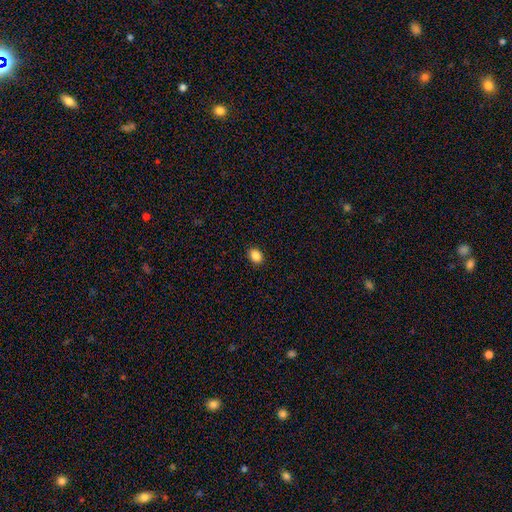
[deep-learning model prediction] A smooth galaxy with no disk features (87%) that is in between round and cigar-shaped (63%). Merging: none (90%).